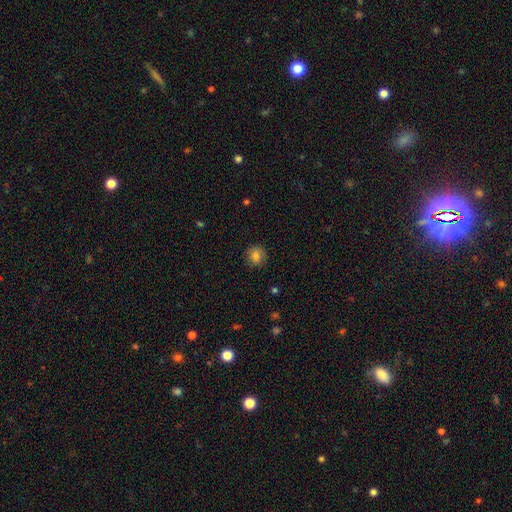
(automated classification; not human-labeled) A smooth galaxy with no disk features (81%) that is round (88%). Merging: none (87%).